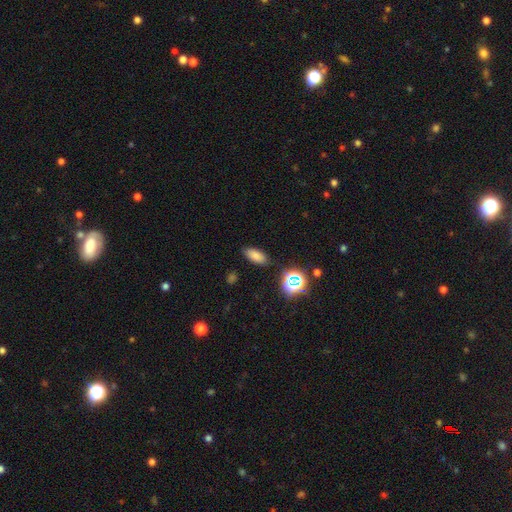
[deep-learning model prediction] A smooth galaxy with no disk features (76%) that is in between round and cigar-shaped (85%). Merging: none (85%).